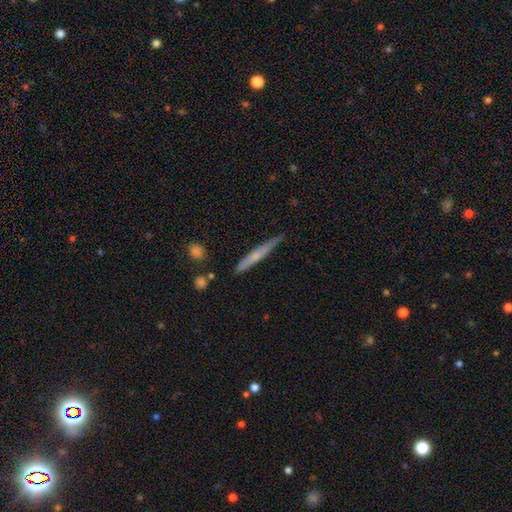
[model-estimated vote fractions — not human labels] Smooth or featured? smooth (49%)
Merging? none (83%)